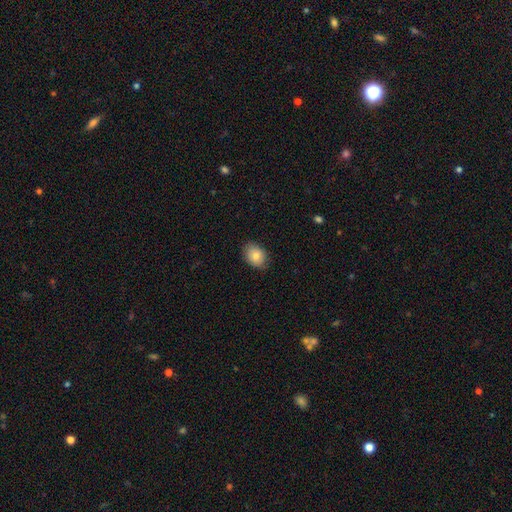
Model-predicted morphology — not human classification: This appears to be a smooth galaxy with no disk features (83%) that is in between round and cigar-shaped (72%). Merging: none (82%).